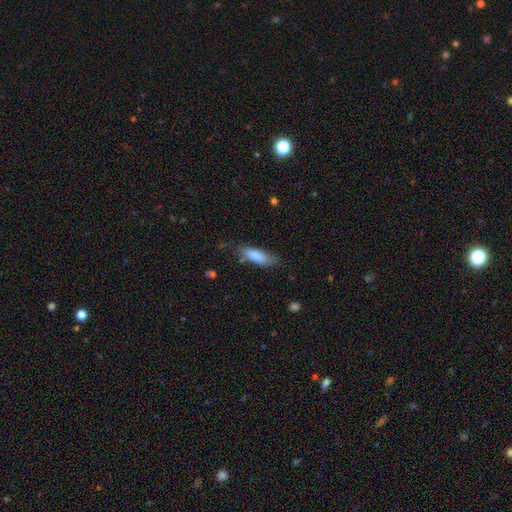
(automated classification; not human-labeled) This appears to be a smooth galaxy with no disk features (84%) that is in between round and cigar-shaped (56%). Merging: none (67%).